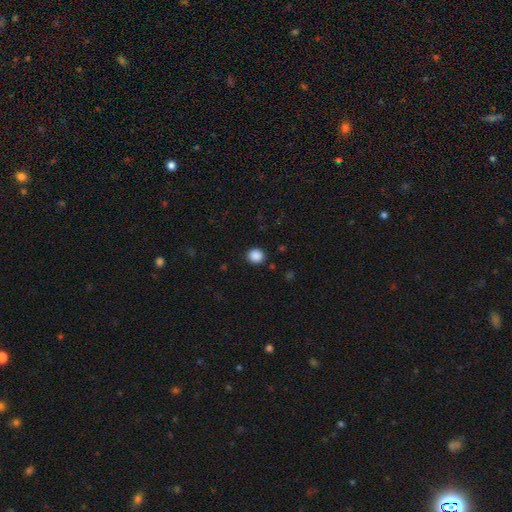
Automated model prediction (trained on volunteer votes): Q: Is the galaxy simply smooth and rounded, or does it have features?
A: smooth — 88%.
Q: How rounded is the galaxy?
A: round — 85%.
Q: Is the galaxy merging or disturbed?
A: none — 90%.